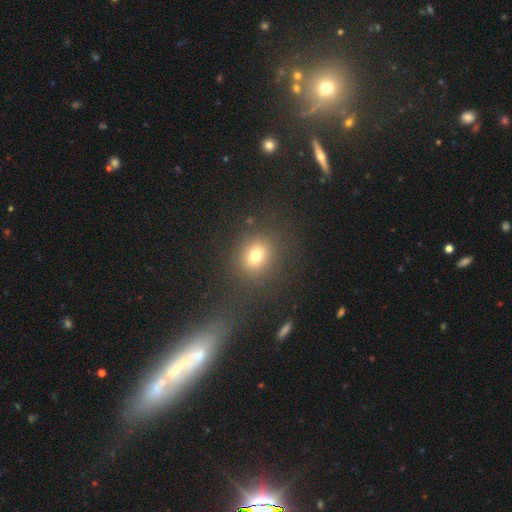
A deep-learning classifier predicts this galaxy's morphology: smooth_or_featured: smooth (p=0.74) [alt: star or artifact p=0.17]
how_rounded: round (p=0.69) [alt: in between p=0.30]
merging: none (p=0.77) [alt: minor disturbance p=0.09]